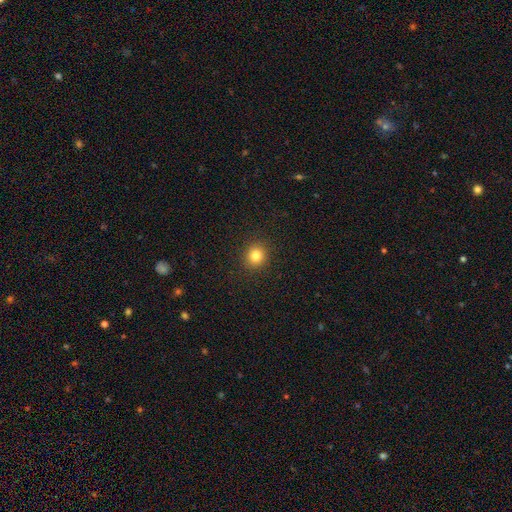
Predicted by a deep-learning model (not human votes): Smooth or featured: smooth — 82% (star or artifact — 12%)
How rounded: round — 88% (in between — 12%)
Merging: none — 92% (minor disturbance — 5%)